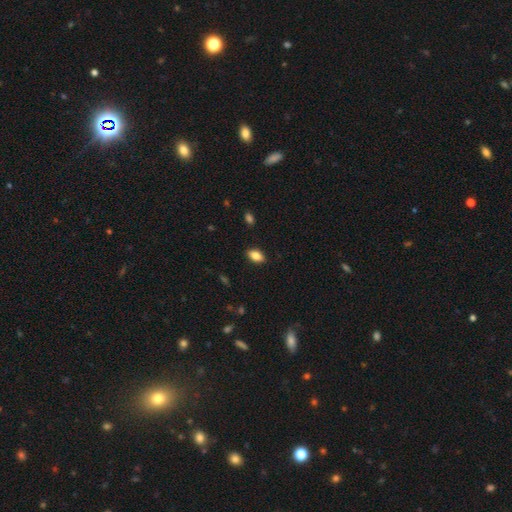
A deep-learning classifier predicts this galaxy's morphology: smooth 84%, star or artifact 8%, featured or disk 8%. Down the decision tree: how rounded — in between (90%); merging — none (88%).